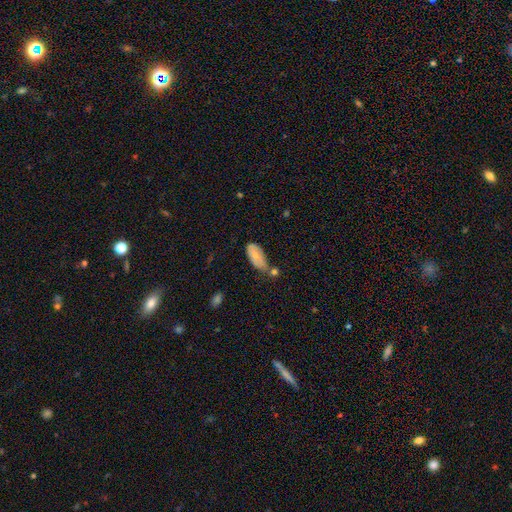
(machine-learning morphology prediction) This is likely a smooth galaxy (71%). How rounded: clearly in between (90%). Merging: marginally none (35%).